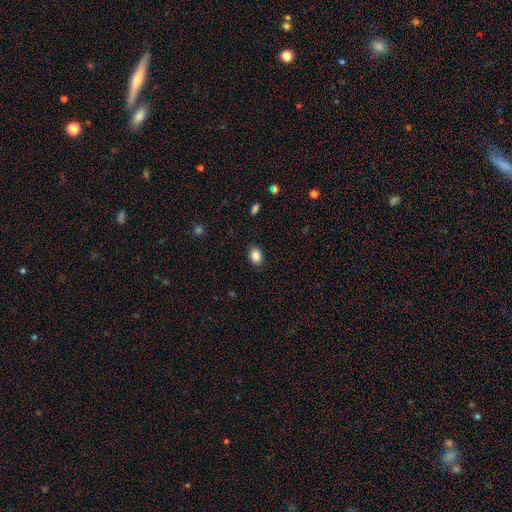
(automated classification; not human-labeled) The model was most divided on "how rounded": in between: 73%, round: 26%, cigar-shaped: 1%. More confident: merging — none (89%); smooth or featured — smooth (86%).